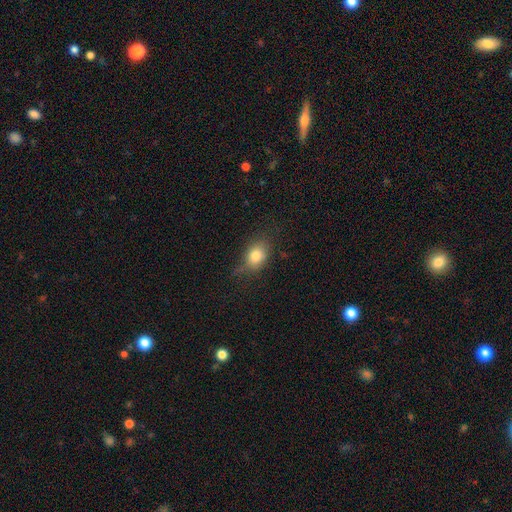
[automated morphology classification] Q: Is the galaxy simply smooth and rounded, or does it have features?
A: smooth — 78%.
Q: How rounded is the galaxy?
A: in between — 64%.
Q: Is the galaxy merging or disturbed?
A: none — 59%.